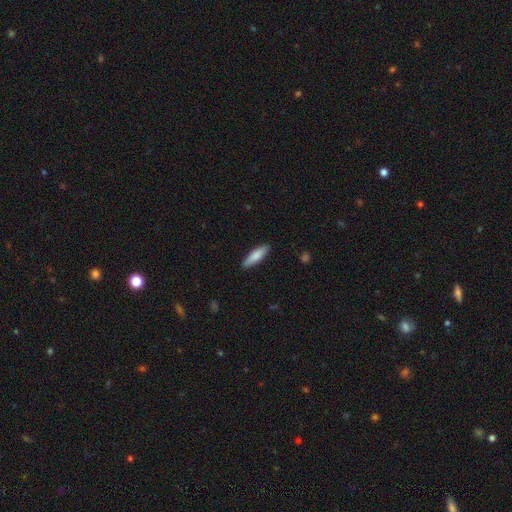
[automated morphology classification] A smooth galaxy with no disk features (81%) that is cigar-shaped (67%).

Vote fractions:
- Smooth or featured? smooth: 81% / featured or disk: 13% / star or artifact: 5%
- How rounded? cigar-shaped: 67% / in between: 32% / round: 1%
- Merging? none: 88% / minor disturbance: 9% / major disturbance: 2% / merger: 1%